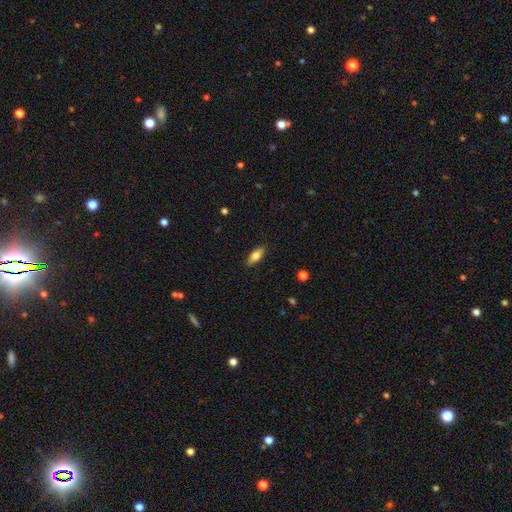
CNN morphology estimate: Overall: smooth (67%). How rounded: in between (73%). Merging: none (87%).